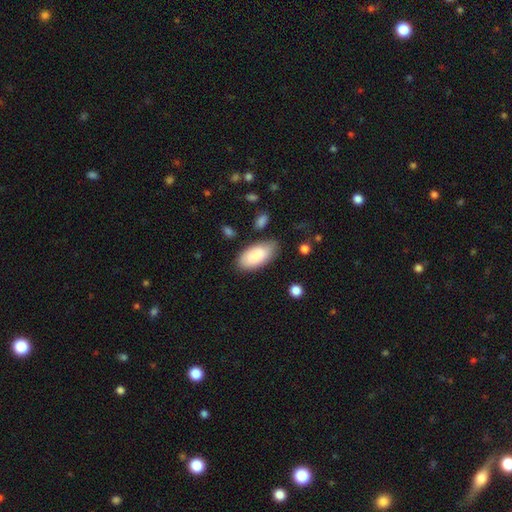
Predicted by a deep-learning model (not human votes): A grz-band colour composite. It shows a smooth galaxy with no disk features (86%) that is in between round and cigar-shaped (93%). Merging: none (77%).